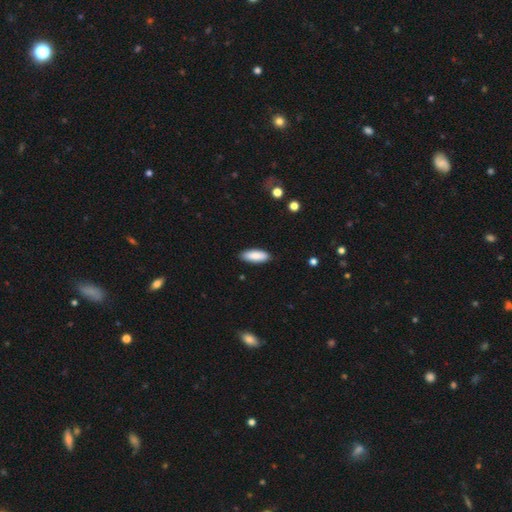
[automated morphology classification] The model was most divided on "how rounded": in between: 70%, cigar-shaped: 29%, round: 2%. More confident: merging — none (88%); smooth or featured — smooth (88%).